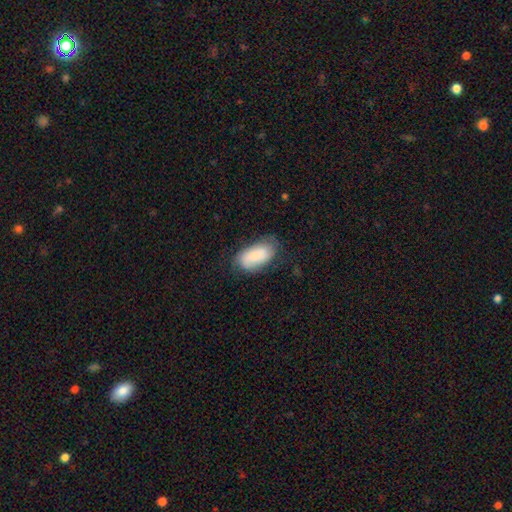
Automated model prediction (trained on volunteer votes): smooth 78%, featured or disk 15%, star or artifact 7%. Down the decision tree: how rounded — in between (94%); merging — none (67%).